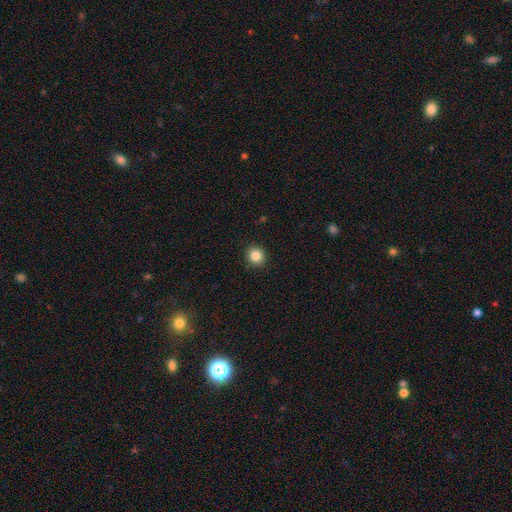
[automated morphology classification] Q: Smooth or featured?
A: smooth (85%); runner-up: star or artifact (10%)
Q: How rounded?
A: round (86%); runner-up: in between (13%)
Q: Merging?
A: none (91%); runner-up: minor disturbance (6%)